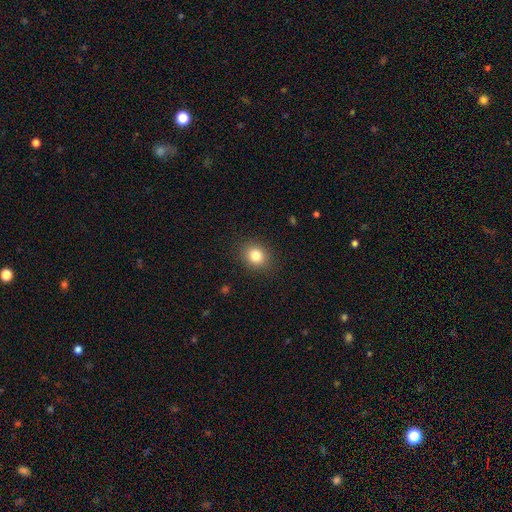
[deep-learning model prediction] Smooth or featured?
  - smooth: 82% *
  - star or artifact: 11%
  - featured or disk: 7%
How rounded?
  - round: 68% *
  - in between: 31%
  - cigar-shaped: 1%
Merging?
  - none: 89% *
  - minor disturbance: 8%
  - major disturbance: 2%
  - merger: 1%